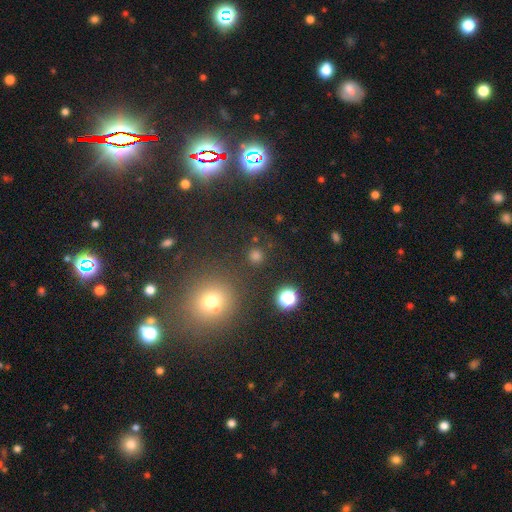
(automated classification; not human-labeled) Q: Smooth or featured?
A: smooth (58%); runner-up: star or artifact (35%)
Q: How rounded?
A: round (92%); runner-up: in between (7%)
Q: Merging?
A: none (85%); runner-up: minor disturbance (8%)